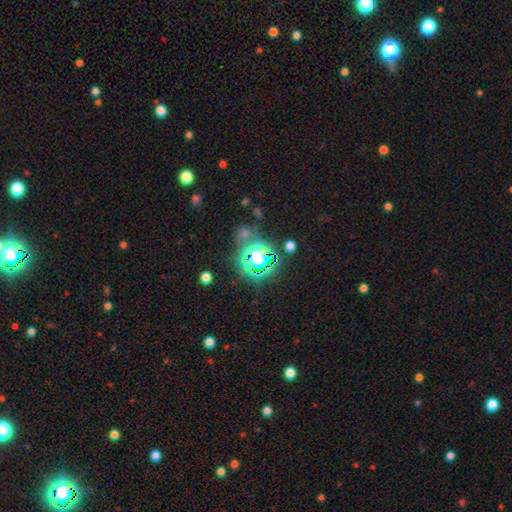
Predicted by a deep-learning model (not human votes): Smooth or featured? Predicted: star or artifact (p=0.67).